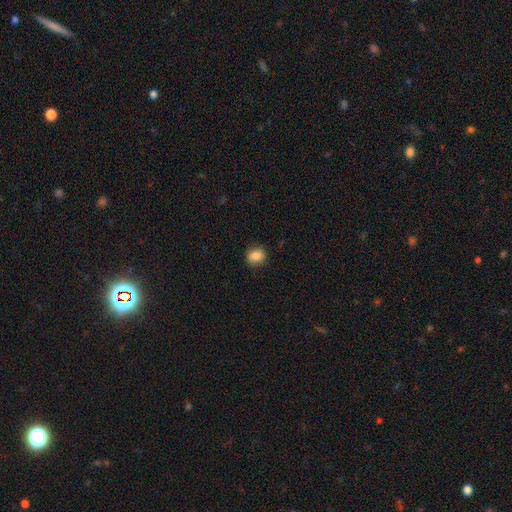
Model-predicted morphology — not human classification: smooth 86%, star or artifact 9%, featured or disk 5%. Down the decision tree: how rounded — round (70%); merging — none (86%).